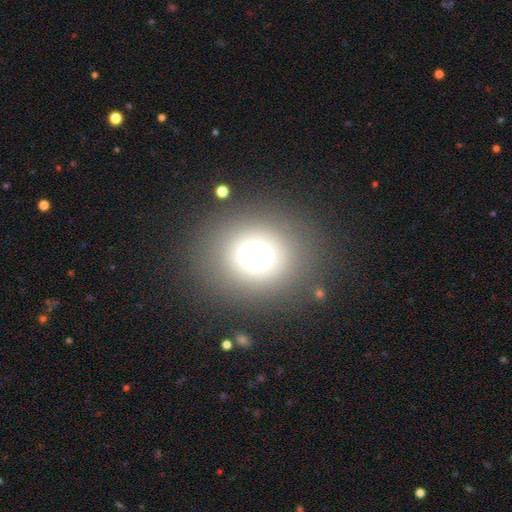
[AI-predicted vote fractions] A smooth galaxy with no disk features (68%) that is round (79%). Merging: none (85%).